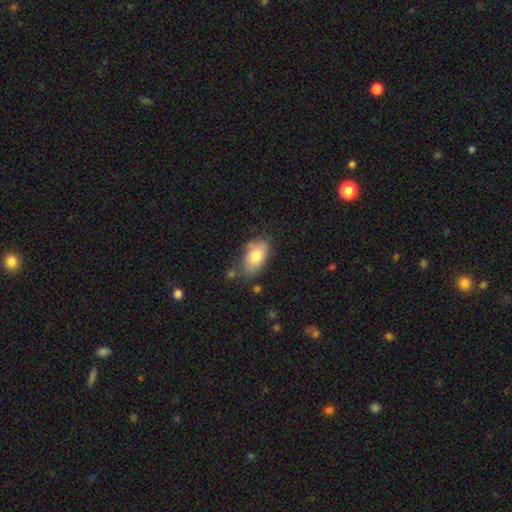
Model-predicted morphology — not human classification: A smooth galaxy with no disk features (77%) that is in between round and cigar-shaped (92%). Merging: none (67%).